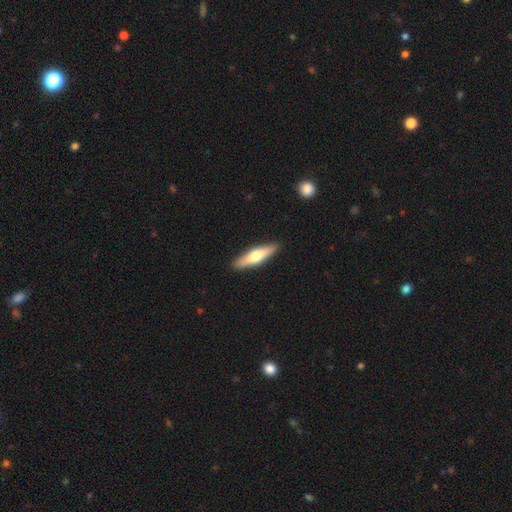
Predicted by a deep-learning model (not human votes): A smooth galaxy with no disk features (52%) that is cigar-shaped (74%).

Vote fractions:
- Smooth or featured? smooth: 52% / featured or disk: 43% / star or artifact: 5%
- How rounded? cigar-shaped: 74% / in between: 25% / round: 2%
- Merging? none: 91% / minor disturbance: 7% / major disturbance: 2% / merger: 1%